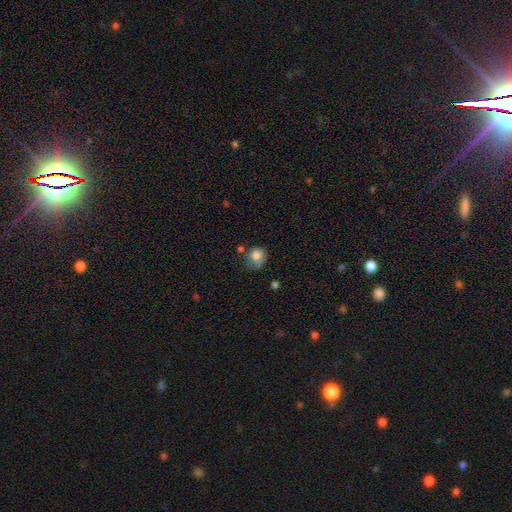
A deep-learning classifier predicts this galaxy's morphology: A smooth galaxy with no disk features (79%) that is round (76%).

Vote fractions:
- Smooth or featured? smooth: 79% / featured or disk: 12% / star or artifact: 9%
- How rounded? round: 76% / in between: 23% / cigar-shaped: 1%
- Merging? none: 48% / minor disturbance: 31% / major disturbance: 13% / merger: 8%